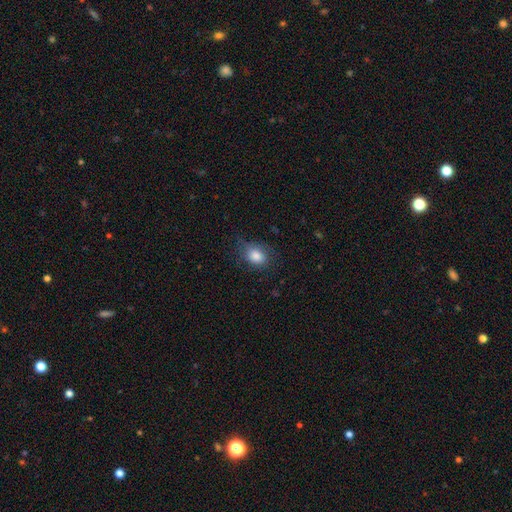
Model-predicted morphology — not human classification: Smooth or featured? Predicted: smooth (p=0.80). How rounded? Predicted: in between (p=0.62). Merging? Predicted: none (p=0.65).